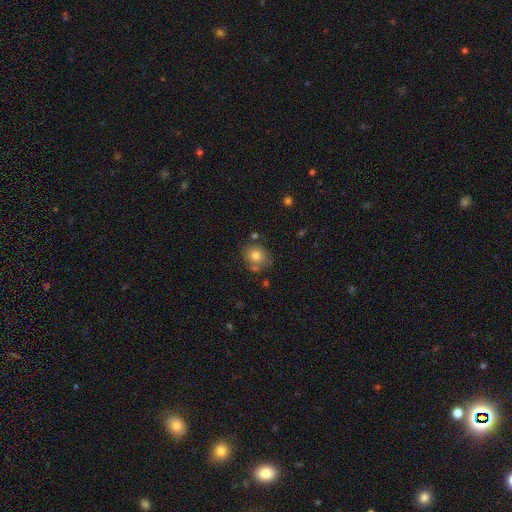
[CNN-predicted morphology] A smooth galaxy with no disk features (77%) that is round (74%). Merging: none (72%).